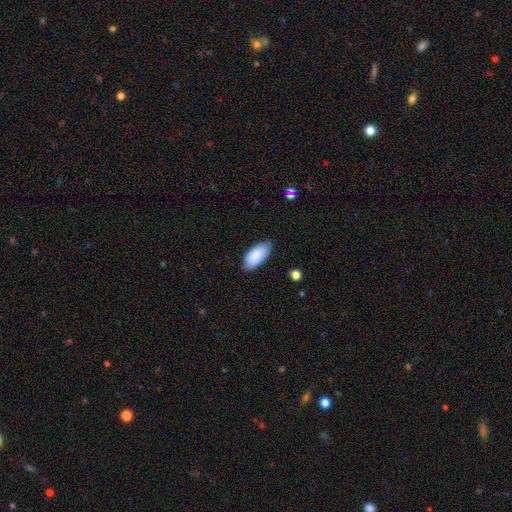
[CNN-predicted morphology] smooth_or_featured: smooth (p=0.87) [alt: featured or disk p=0.07]
how_rounded: in between (p=0.93) [alt: cigar-shaped p=0.06]
merging: none (p=0.76) [alt: minor disturbance p=0.20]